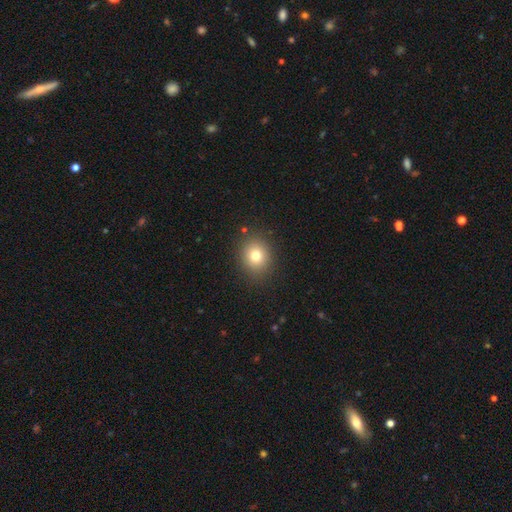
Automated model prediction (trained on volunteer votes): Morphology: type=smooth (78%); roundness=round (75%); merging=none (88%).